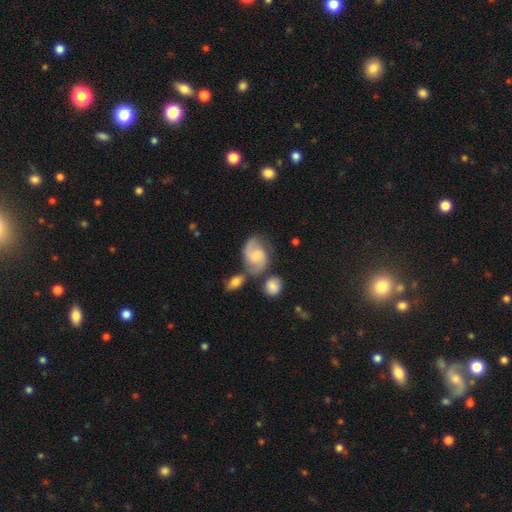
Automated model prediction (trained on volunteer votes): Smooth or featured: featured or disk — 69% (smooth — 24%)
Edge-on disk: no — 97% (yes — 3%)
Bar: no — 51% (weak — 42%)
Spiral arms: yes — 93% (no — 7%)
Spiral winding: medium — 51% (loose — 28%)
Spiral arm count: 2 — 86% (can't tell — 7%)
Bulge size: moderate — 41% (small — 40%)
Merging: none — 53% (merger — 21%)